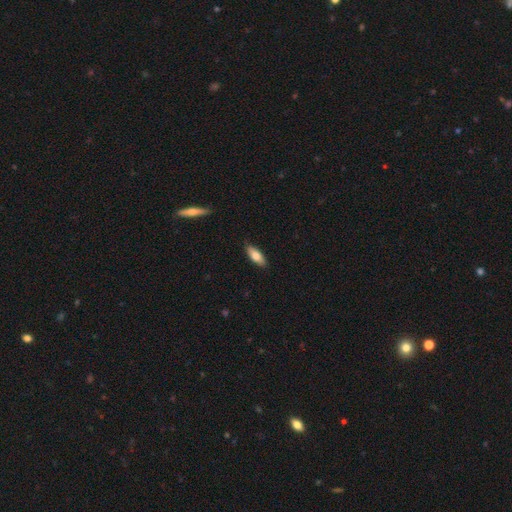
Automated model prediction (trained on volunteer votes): This is likely a smooth galaxy (76%). How rounded: likely in between (74%). Merging: clearly none (87%).